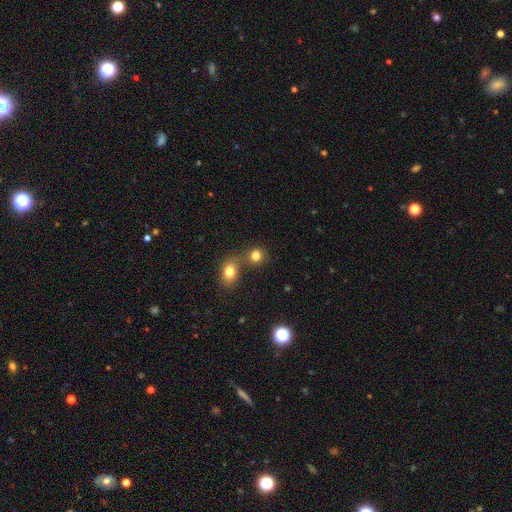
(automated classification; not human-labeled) Smooth or featured? Predicted: smooth (p=0.80). How rounded? Predicted: round (p=0.77). Merging? Predicted: none (p=0.49).